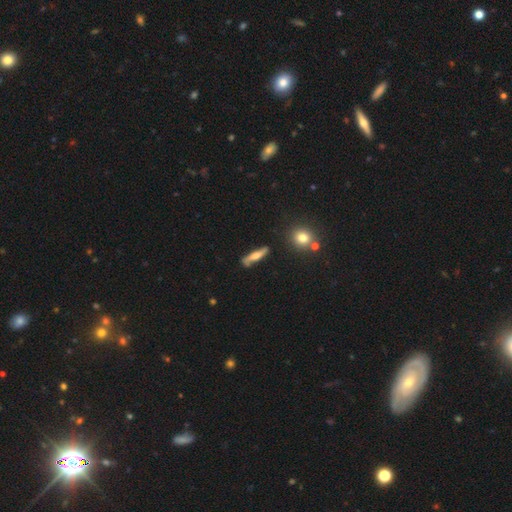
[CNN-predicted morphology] smooth-or-featured: featured or disk: 48% | smooth: 45% | star or artifact: 7%
  merging: none: 73% | minor disturbance: 18% | major disturbance: 5% | merger: 4%